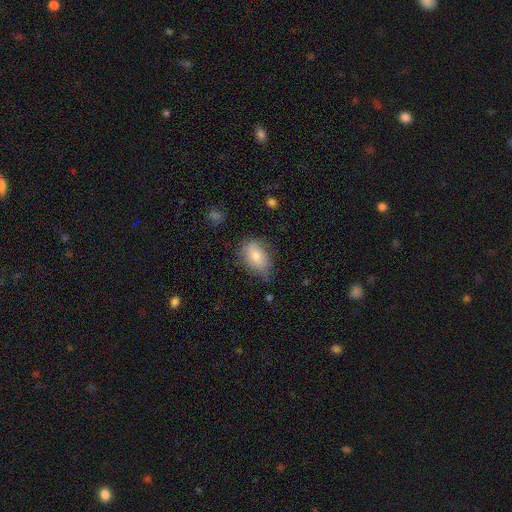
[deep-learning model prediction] smooth-or-featured: smooth: 76% | featured or disk: 16% | star or artifact: 8%
  how-rounded: in between: 88% | round: 10% | cigar-shaped: 2%
  merging: none: 62% | minor disturbance: 30% | major disturbance: 6% | merger: 2%